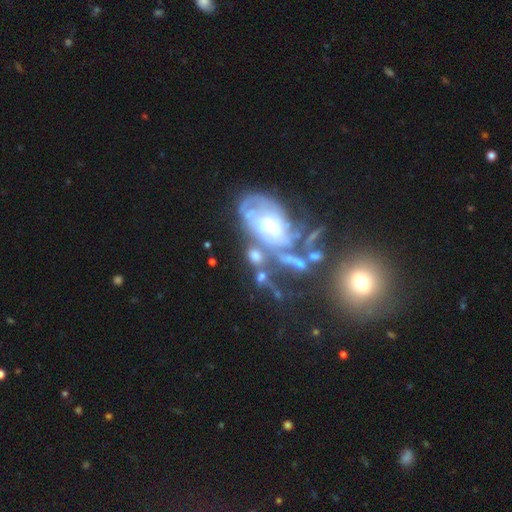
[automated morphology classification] Q: Smooth or featured?
A: featured or disk (54%); runner-up: smooth (32%)
Q: Edge-on disk?
A: no (93%); runner-up: yes (7%)
Q: Bar?
A: no (60%); runner-up: weak (27%)
Q: Spiral arms?
A: yes (59%); runner-up: no (41%)
Q: Bulge size?
A: moderate (37%); runner-up: small (31%)
Q: Merging?
A: merger (42%); runner-up: none (26%)